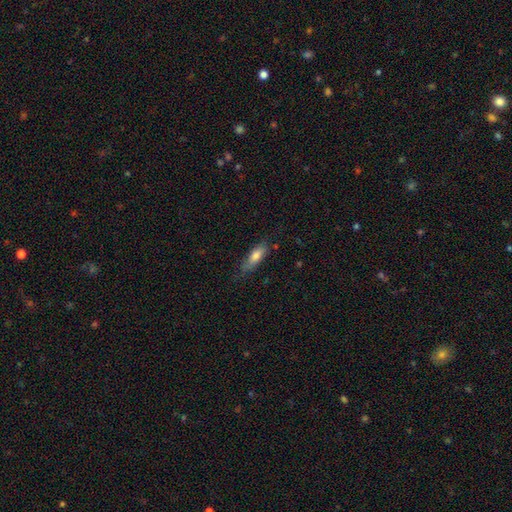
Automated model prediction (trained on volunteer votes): A smooth galaxy with no disk features (71%) that is in between round and cigar-shaped (52%). Merging: none (68%).